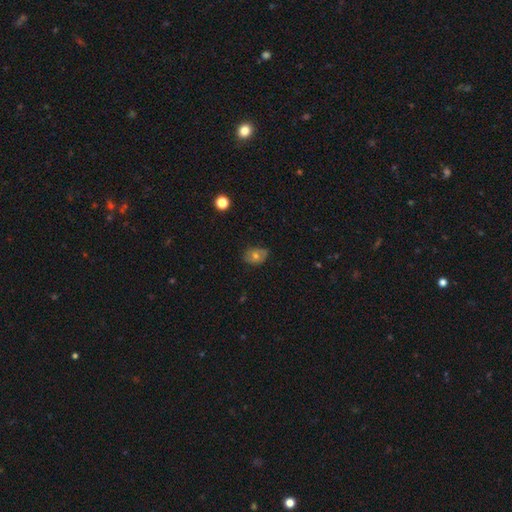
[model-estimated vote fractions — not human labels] A smooth galaxy with no disk features (54%) that is in between round and cigar-shaped (55%).

Vote fractions:
- Smooth or featured? smooth: 54% / featured or disk: 31% / star or artifact: 15%
- How rounded? in between: 55% / round: 44% / cigar-shaped: 1%
- Merging? none: 69% / minor disturbance: 24% / major disturbance: 6% / merger: 2%